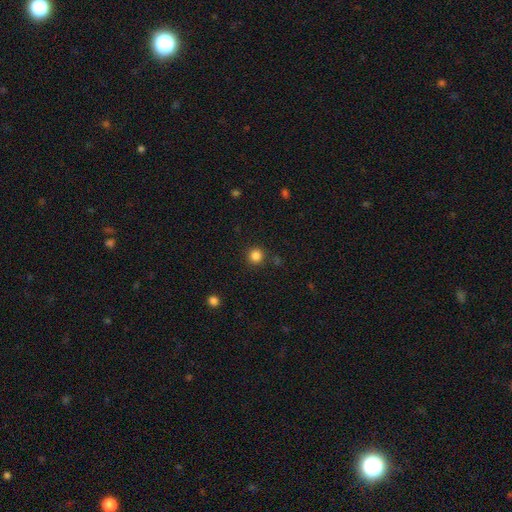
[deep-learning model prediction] Smooth or featured: smooth — 85% (star or artifact — 12%)
How rounded: round — 95% (in between — 4%)
Merging: none — 89% (minor disturbance — 6%)